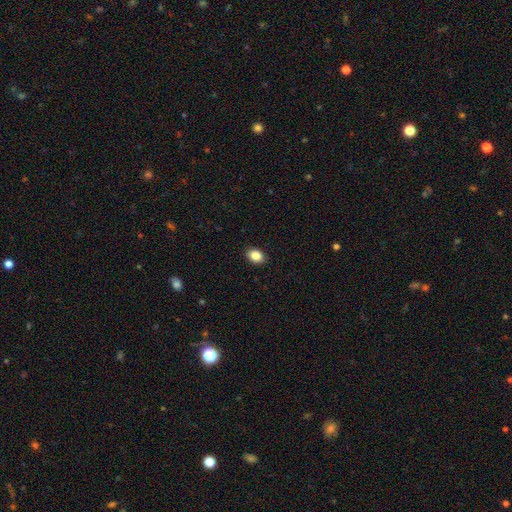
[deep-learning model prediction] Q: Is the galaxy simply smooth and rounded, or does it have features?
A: smooth — 86%.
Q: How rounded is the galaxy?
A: in between — 71%.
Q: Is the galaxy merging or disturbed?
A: none — 91%.